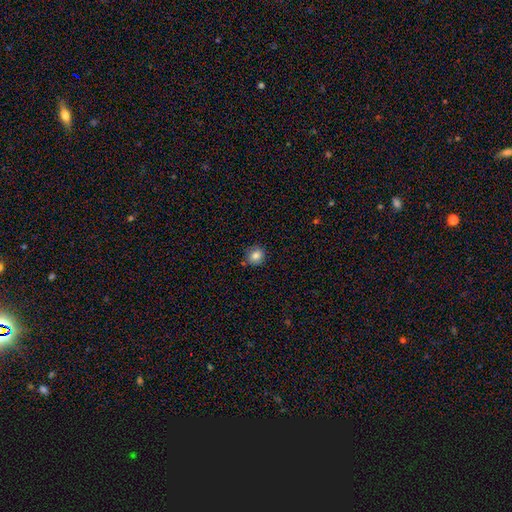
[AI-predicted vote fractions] A smooth galaxy with no disk features (83%) that is round (83%).

Vote fractions:
- Smooth or featured? smooth: 83% / star or artifact: 10% / featured or disk: 7%
- How rounded? round: 83% / in between: 16% / cigar-shaped: 1%
- Merging? none: 82% / minor disturbance: 12% / merger: 3% / major disturbance: 2%